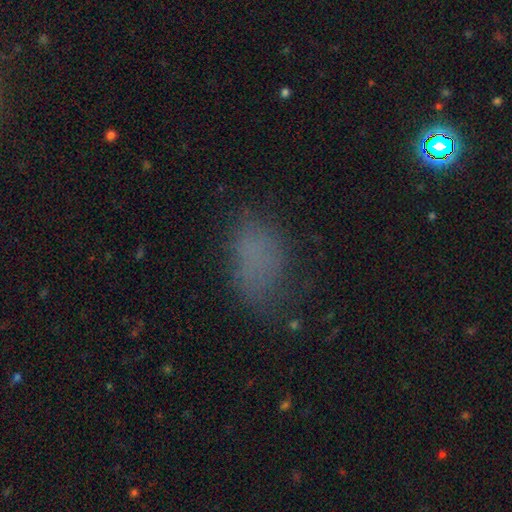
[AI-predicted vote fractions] Smooth or featured: smooth — 69% (star or artifact — 20%)
How rounded: in between — 87% (round — 10%)
Merging: none — 61% (minor disturbance — 23%)